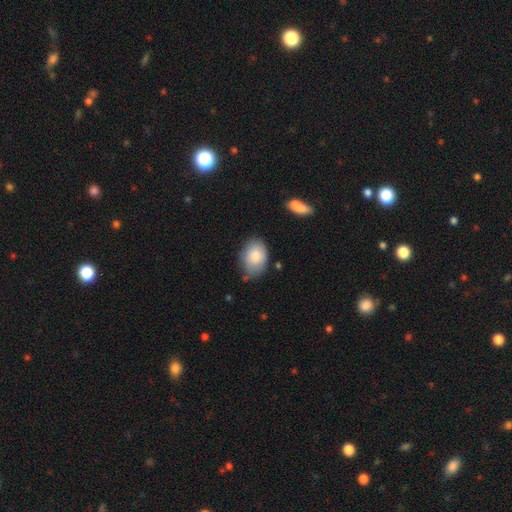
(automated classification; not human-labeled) A smooth galaxy with no disk features (81%) that is in between round and cigar-shaped (83%).

Vote fractions:
- Smooth or featured? smooth: 81% / featured or disk: 12% / star or artifact: 7%
- How rounded? in between: 83% / round: 16% / cigar-shaped: 1%
- Merging? none: 69% / minor disturbance: 22% / major disturbance: 4% / merger: 4%